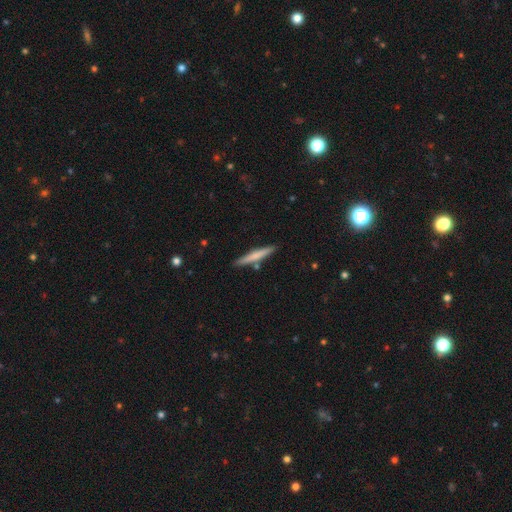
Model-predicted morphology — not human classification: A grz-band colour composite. It shows a smooth galaxy with no disk features (62%) that is cigar-shaped (95%). Merging: none (85%).